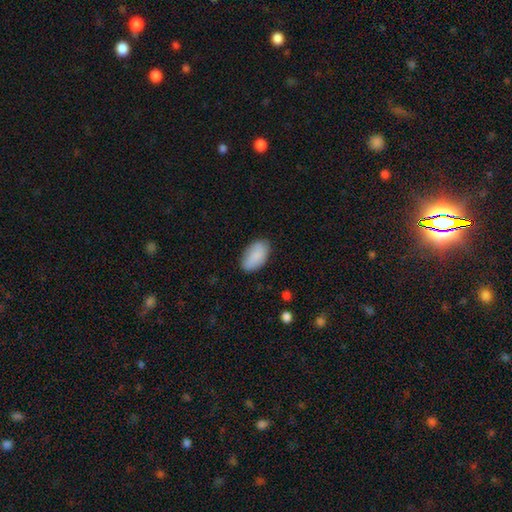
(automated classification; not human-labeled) Q: Smooth or featured?
A: smooth (85%); runner-up: featured or disk (9%)
Q: How rounded?
A: in between (95%); runner-up: round (4%)
Q: Merging?
A: none (82%); runner-up: minor disturbance (14%)